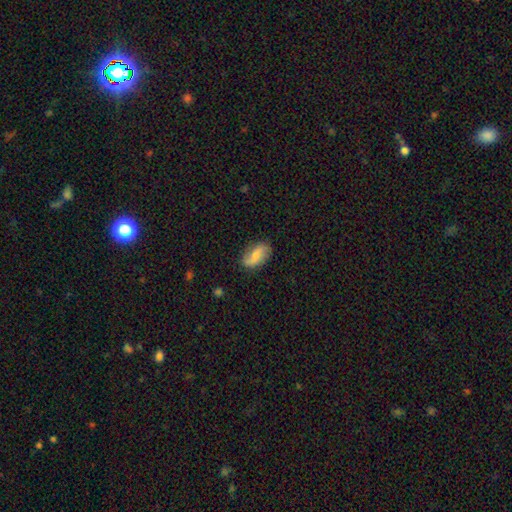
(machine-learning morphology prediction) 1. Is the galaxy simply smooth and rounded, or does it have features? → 49% smooth, 44% featured or disk, 7% star or artifact.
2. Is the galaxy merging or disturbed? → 74% none, 19% minor disturbance, 5% major disturbance, 2% merger.